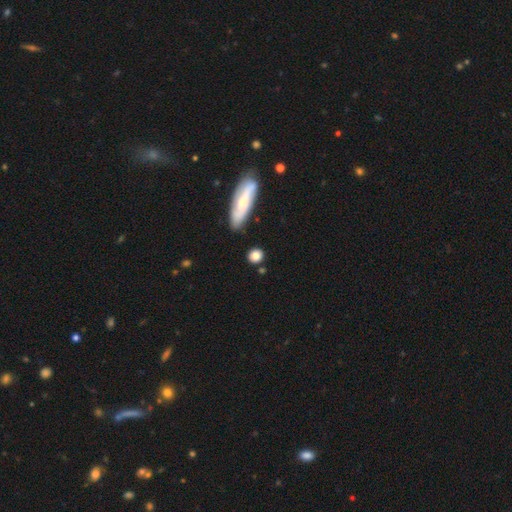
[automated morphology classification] type=smooth (83%); roundness=round (79%); merging=none (79%).